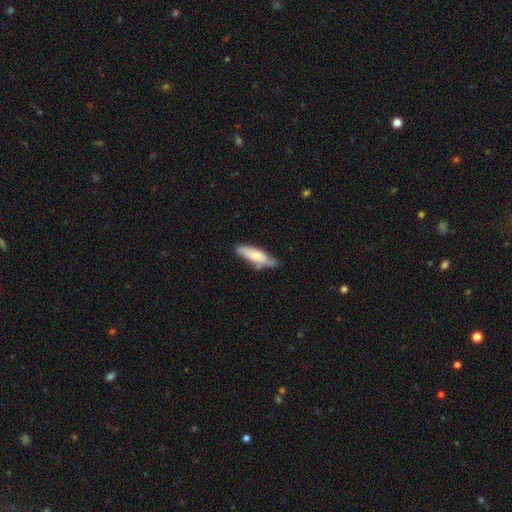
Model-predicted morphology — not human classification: Smooth or featured? Predicted: smooth (p=0.70). How rounded? Predicted: cigar-shaped (p=0.52). Merging? Predicted: none (p=0.58).